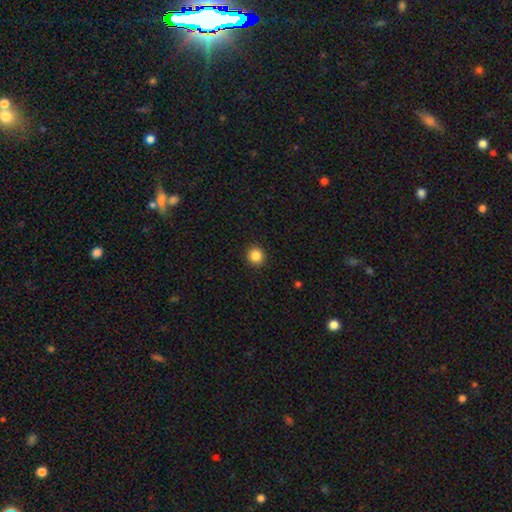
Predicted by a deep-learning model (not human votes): smooth 86%, star or artifact 10%, featured or disk 4%. Down the decision tree: how rounded — round (92%); merging — none (92%).